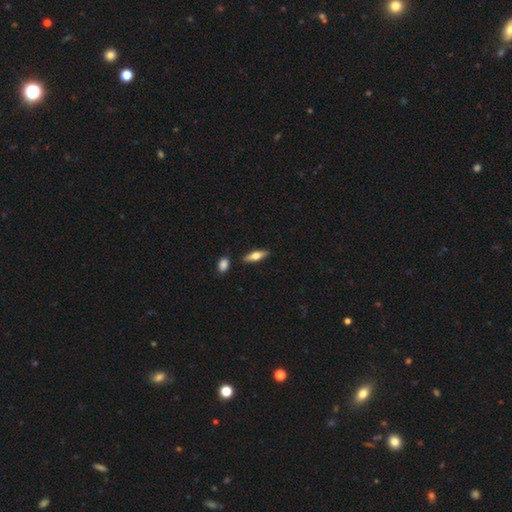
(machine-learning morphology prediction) type=smooth (57%); roundness=in between (51%); merging=none (86%).